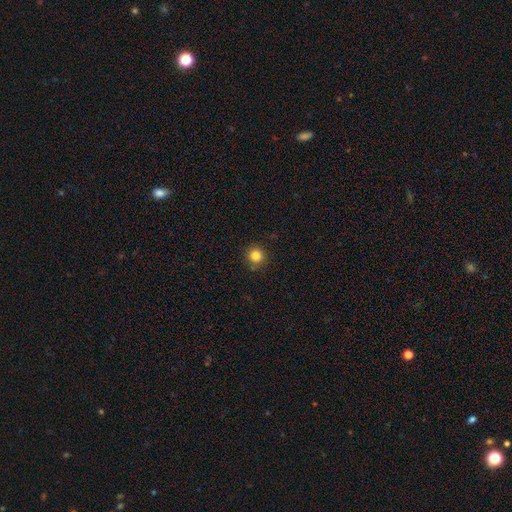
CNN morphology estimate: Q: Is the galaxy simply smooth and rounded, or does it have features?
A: smooth — 83%.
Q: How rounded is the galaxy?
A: round — 93%.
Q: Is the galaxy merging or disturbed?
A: none — 86%.